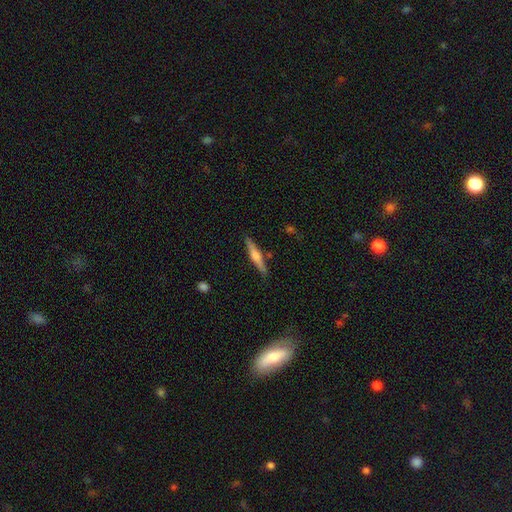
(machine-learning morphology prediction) A featured or disk galaxy (51%) viewed edge-on (96%).

Vote fractions:
- Smooth or featured? featured or disk: 51% / smooth: 43% / star or artifact: 6%
- Edge-on disk? yes: 96% / no: 4%
- Merging? none: 86% / minor disturbance: 9% / merger: 3% / major disturbance: 2%